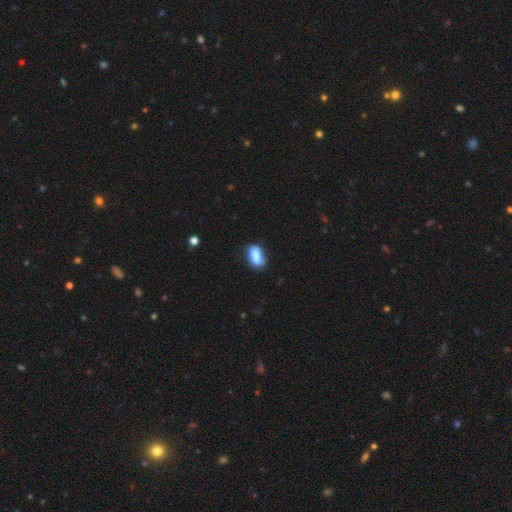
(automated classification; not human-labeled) A smooth galaxy with no disk features (81%) that is in between round and cigar-shaped (89%).

Vote fractions:
- Smooth or featured? smooth: 81% / featured or disk: 12% / star or artifact: 8%
- How rounded? in between: 89% / round: 6% / cigar-shaped: 4%
- Merging? none: 56% / minor disturbance: 31% / major disturbance: 9% / merger: 4%